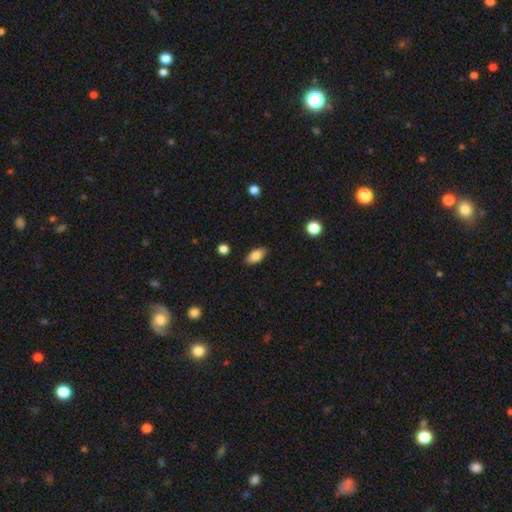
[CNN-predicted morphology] Q: Smooth or featured?
A: smooth (83%); runner-up: featured or disk (10%)
Q: How rounded?
A: in between (89%); runner-up: cigar-shaped (7%)
Q: Merging?
A: none (87%); runner-up: minor disturbance (9%)